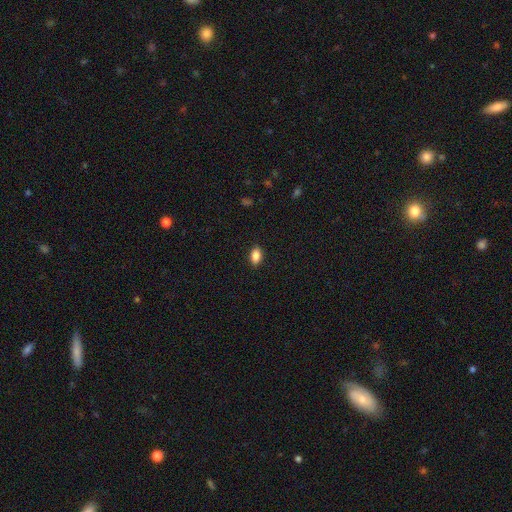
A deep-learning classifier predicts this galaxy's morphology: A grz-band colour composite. It shows a smooth galaxy with no disk features (86%) that is in between round and cigar-shaped (88%). Merging: none (88%).